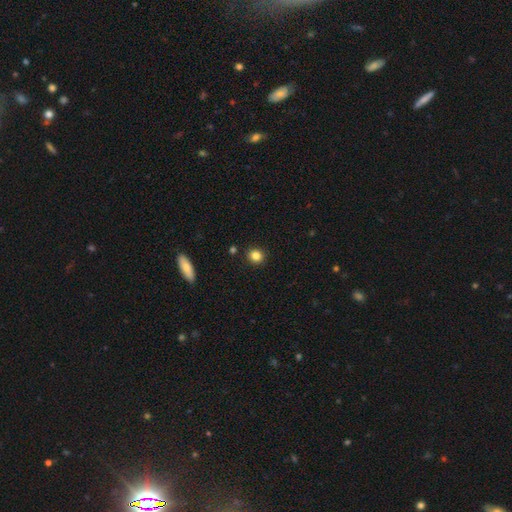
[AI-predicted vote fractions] This appears to be a smooth galaxy with no disk features (83%) that is round (83%). Merging: none (90%).